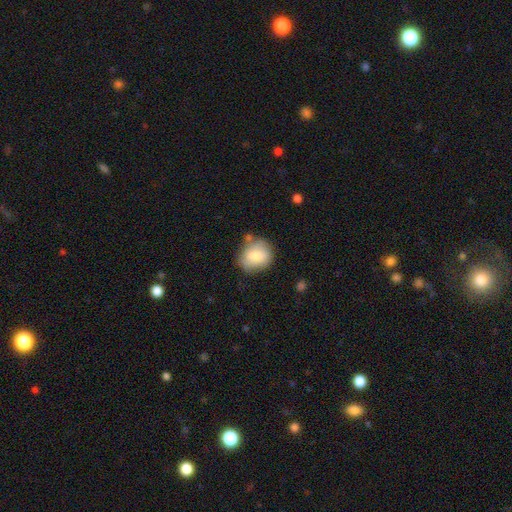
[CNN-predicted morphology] Q: Smooth or featured?
A: smooth (78%); runner-up: featured or disk (14%)
Q: How rounded?
A: round (72%); runner-up: in between (27%)
Q: Merging?
A: none (69%); runner-up: minor disturbance (20%)